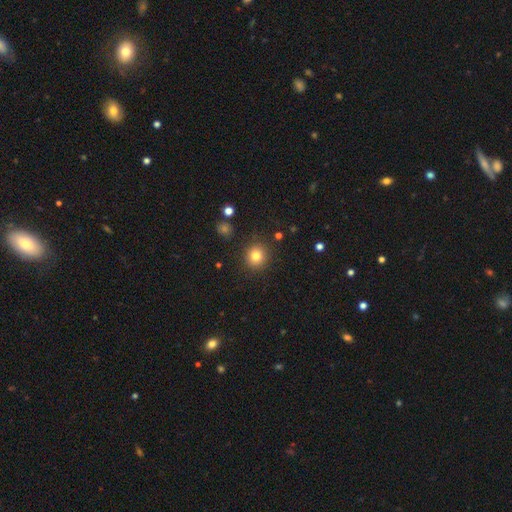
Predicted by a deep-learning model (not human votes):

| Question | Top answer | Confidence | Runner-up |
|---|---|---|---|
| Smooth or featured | smooth | 80% | star or artifact (12%) |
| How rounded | round | 88% | in between (11%) |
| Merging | none | 89% | minor disturbance (7%) |